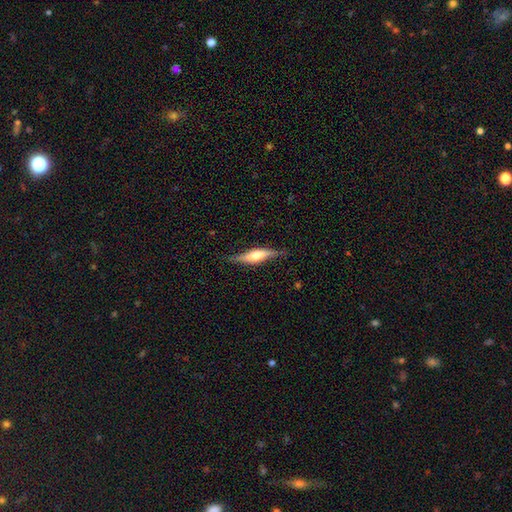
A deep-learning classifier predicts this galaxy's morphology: smooth_or_featured: featured or disk (p=0.59) [alt: smooth p=0.35]
disk_edge_on: yes (p=0.92) [alt: no p=0.08]
edge_on_bulge: rounded (p=0.78) [alt: boxy p=0.16]
merging: none (p=0.79) [alt: minor disturbance p=0.16]